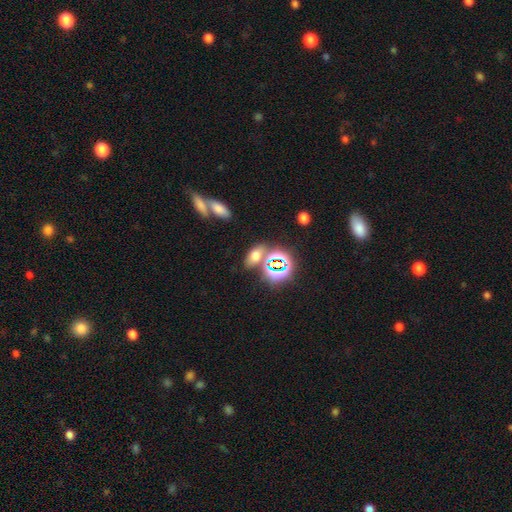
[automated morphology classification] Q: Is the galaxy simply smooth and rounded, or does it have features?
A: smooth — 56%.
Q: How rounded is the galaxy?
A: in between — 80%.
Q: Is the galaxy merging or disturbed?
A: none — 64%.